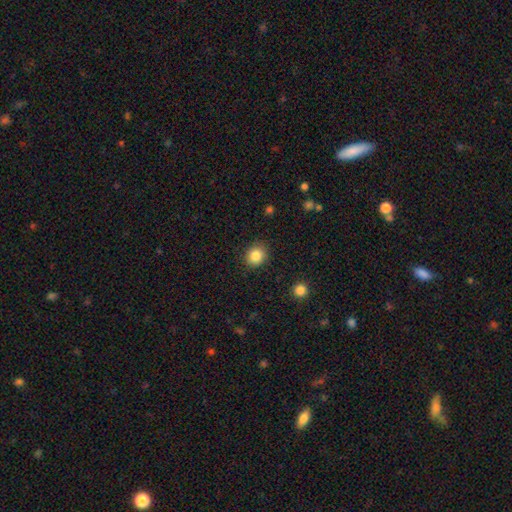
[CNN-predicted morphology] smooth 85%, star or artifact 10%, featured or disk 5%. Down the decision tree: how rounded — round (73%); merging — none (88%).